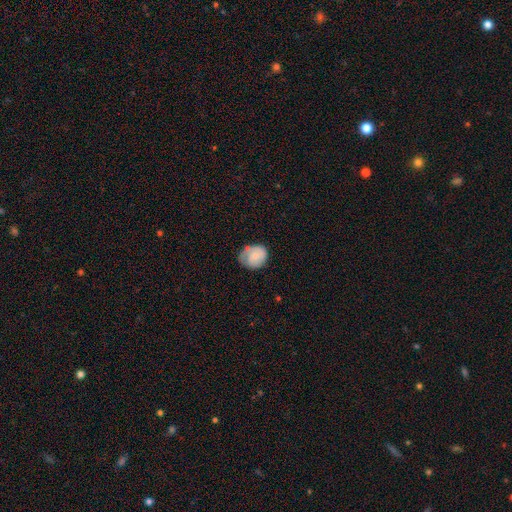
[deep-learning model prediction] Q: Smooth or featured?
A: smooth (59%); runner-up: featured or disk (33%)
Q: How rounded?
A: round (53%); runner-up: in between (46%)
Q: Merging?
A: none (53%); runner-up: minor disturbance (33%)